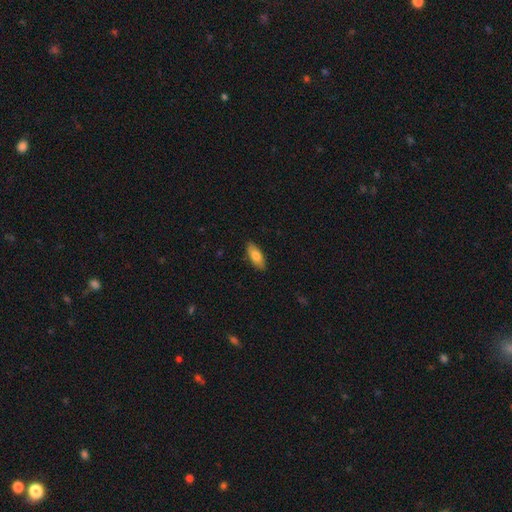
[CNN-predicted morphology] smooth 79%, featured or disk 15%, star or artifact 6%. Down the decision tree: how rounded — in between (80%); merging — none (88%).